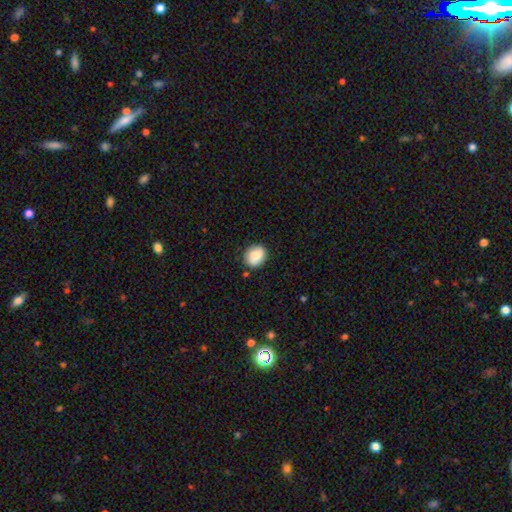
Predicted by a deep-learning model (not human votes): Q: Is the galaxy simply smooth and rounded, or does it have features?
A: smooth — 88%.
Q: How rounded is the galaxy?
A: in between — 52%.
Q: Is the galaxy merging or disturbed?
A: none — 83%.